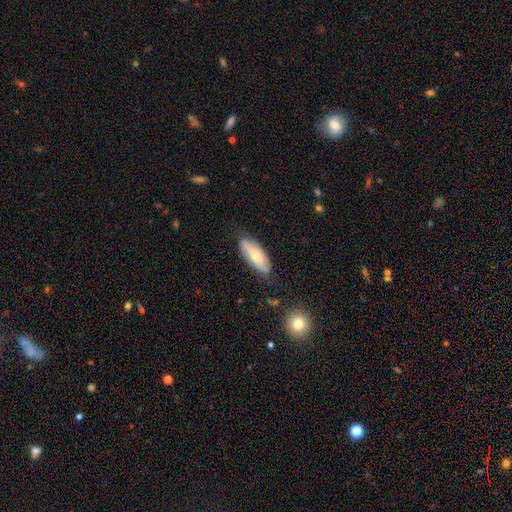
Overall: smooth (49%; featured or disk 46%). How rounded: in between (78%). Merging: none (66%).